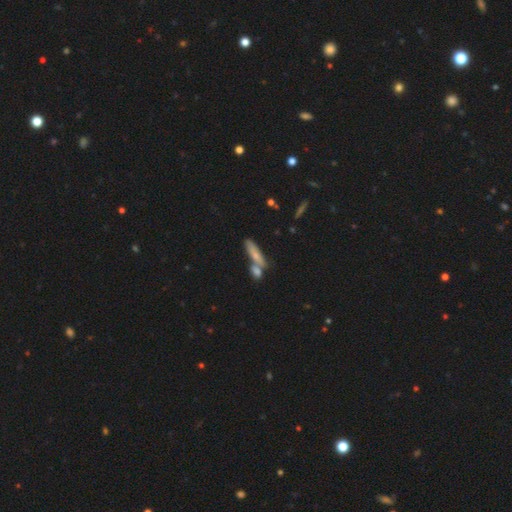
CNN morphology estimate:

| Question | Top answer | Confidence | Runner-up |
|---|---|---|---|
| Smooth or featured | smooth | 61% | featured or disk (30%) |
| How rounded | cigar-shaped | 66% | in between (30%) |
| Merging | none | 48% | merger (38%) |